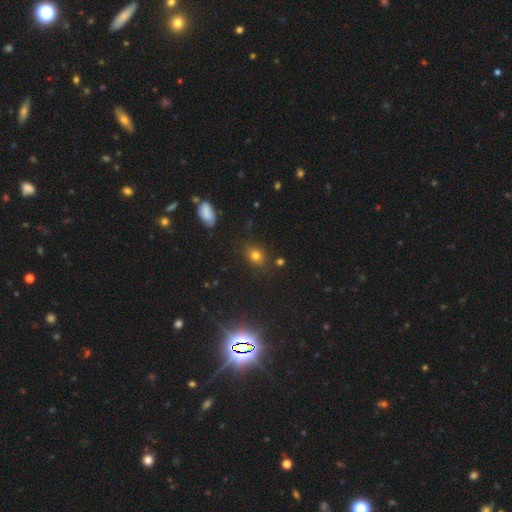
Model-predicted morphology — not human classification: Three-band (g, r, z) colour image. It shows a smooth galaxy with no disk features (74%) that is round (51%). Merging: none (79%).